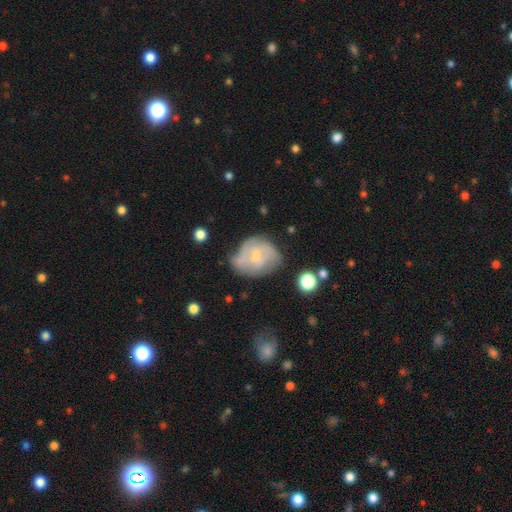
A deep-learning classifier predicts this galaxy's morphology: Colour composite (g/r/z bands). It shows a featured or disk galaxy (61%) with no bar (62%), spiral arms (70%) and a small central bulge (65%). Merging: none (45%).